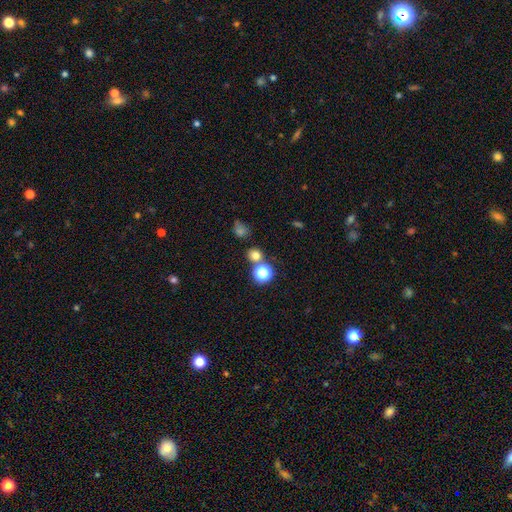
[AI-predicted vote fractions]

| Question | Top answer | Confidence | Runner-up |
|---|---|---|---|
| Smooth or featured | smooth | 68% | star or artifact (25%) |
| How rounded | round | 83% | in between (16%) |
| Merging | none | 68% | merger (20%) |